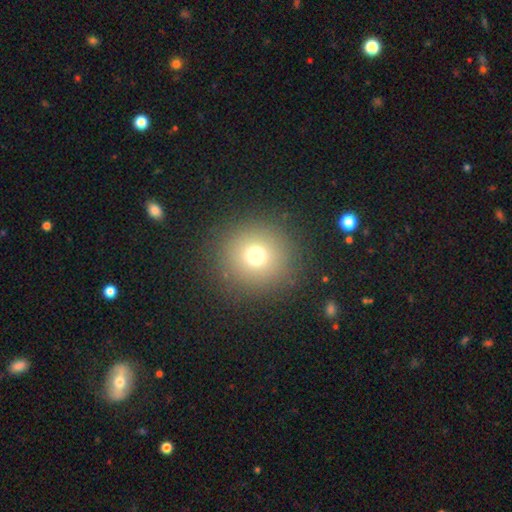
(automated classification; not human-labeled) Overall: smooth (71%). How rounded: round (95%). Merging: none (89%).